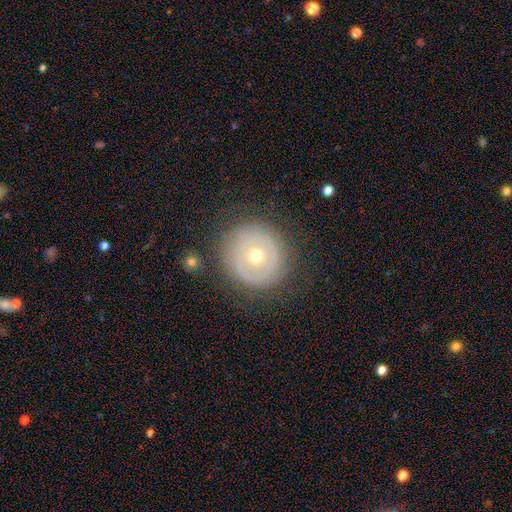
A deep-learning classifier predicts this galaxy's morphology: A featured or disk galaxy (50%). Merging: none (79%).